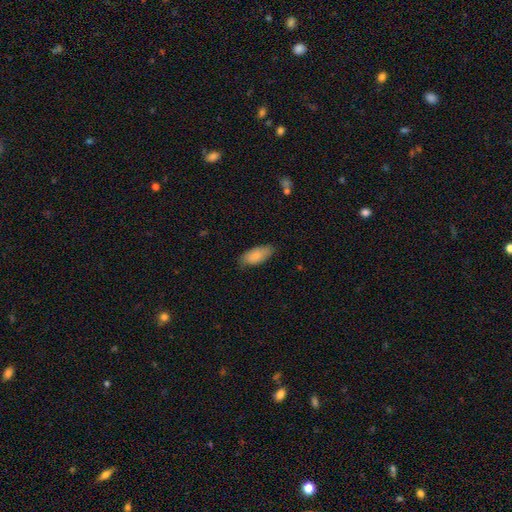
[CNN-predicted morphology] smooth-or-featured: smooth: 86% | featured or disk: 9% | star or artifact: 6%
  how-rounded: in between: 87% | cigar-shaped: 11% | round: 2%
  merging: none: 77% | minor disturbance: 19% | major disturbance: 3% | merger: 1%